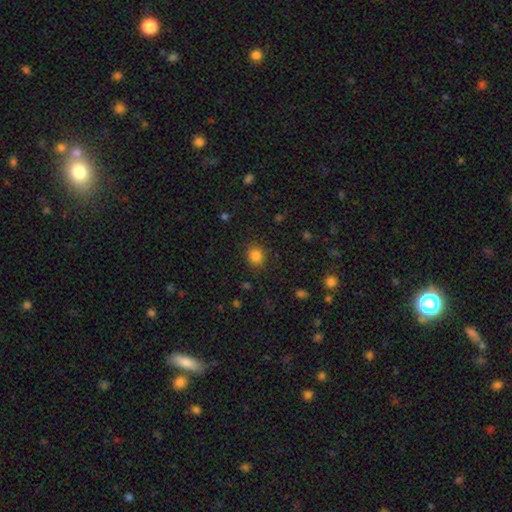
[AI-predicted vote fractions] Overall: smooth (83%). How rounded: round (76%). Merging: none (86%).